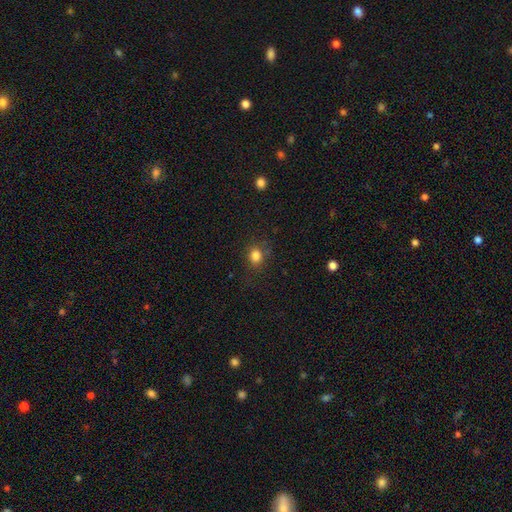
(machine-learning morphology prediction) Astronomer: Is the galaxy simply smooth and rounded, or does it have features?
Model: smooth — 82%.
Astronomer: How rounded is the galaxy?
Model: round — 69%.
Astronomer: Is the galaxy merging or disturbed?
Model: none — 78%.